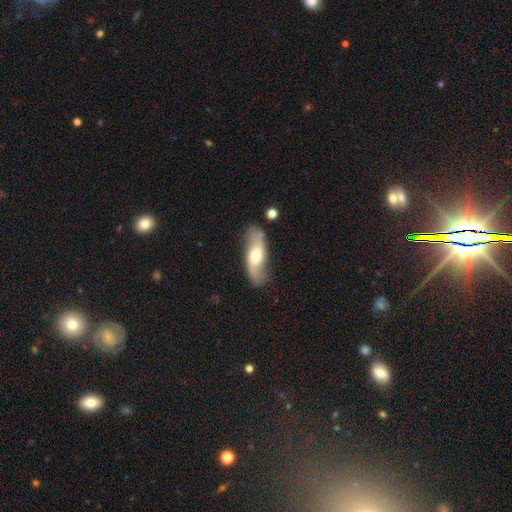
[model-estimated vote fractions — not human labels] smooth_or_featured: featured or disk (p=0.48) [alt: smooth p=0.46]
merging: none (p=0.74) [alt: minor disturbance p=0.17]